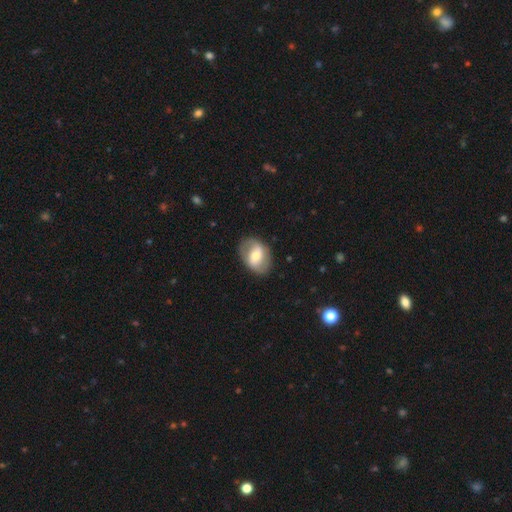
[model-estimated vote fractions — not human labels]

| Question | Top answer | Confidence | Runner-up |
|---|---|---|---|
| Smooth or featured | featured or disk | 53% | smooth (40%) |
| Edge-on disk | no | 95% | yes (5%) |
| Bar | weak | 41% | strong (32%) |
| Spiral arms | yes | 60% | no (40%) |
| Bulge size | moderate | 64% | small (24%) |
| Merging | none | 82% | minor disturbance (13%) |